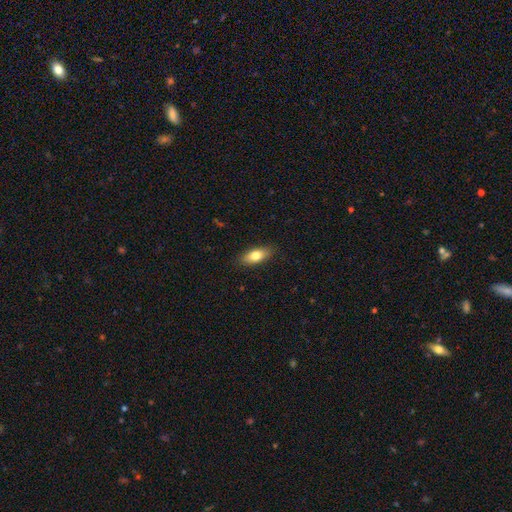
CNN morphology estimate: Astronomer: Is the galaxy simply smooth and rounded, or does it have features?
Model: smooth — 78%.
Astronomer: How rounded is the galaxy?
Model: in between — 80%.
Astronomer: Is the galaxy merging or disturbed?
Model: none — 87%.